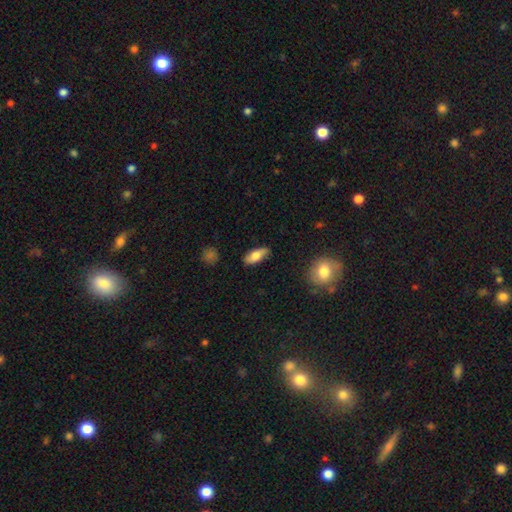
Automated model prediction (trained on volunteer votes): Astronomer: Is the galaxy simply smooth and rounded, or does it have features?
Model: smooth — 74%.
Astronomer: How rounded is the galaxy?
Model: in between — 81%.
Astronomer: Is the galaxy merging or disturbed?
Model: none — 79%.